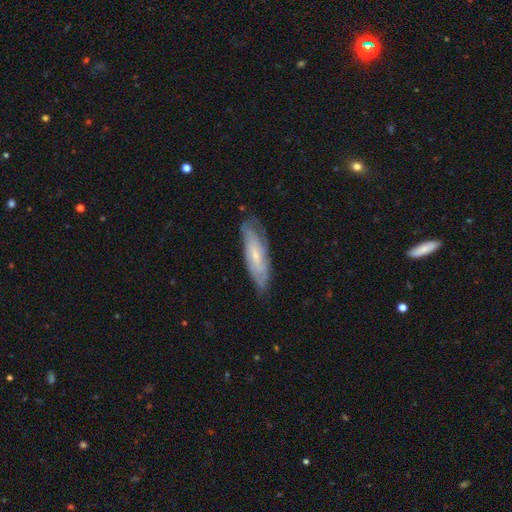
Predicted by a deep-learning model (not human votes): Morphology: type=featured or disk (59%); edge-on=no (68%); merging=none (74%).